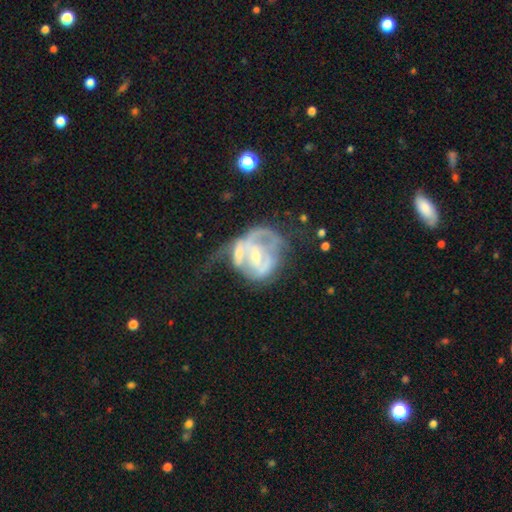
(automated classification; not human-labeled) Smooth or featured: featured or disk — 73% (smooth — 20%)
Edge-on disk: no — 96% (yes — 4%)
Bar: no — 45% (weak — 36%)
Spiral arms: yes — 56% (no — 44%)
Bulge size: small — 46% (moderate — 43%)
Merging: merger — 41% (major disturbance — 30%)